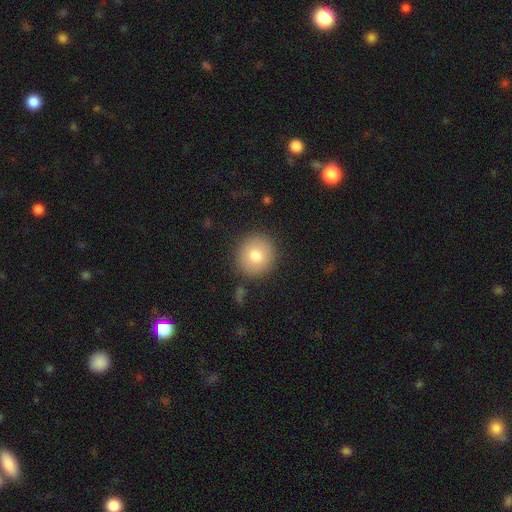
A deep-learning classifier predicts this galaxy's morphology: A smooth galaxy with no disk features (79%) that is round (92%).

Vote fractions:
- Smooth or featured? smooth: 79% / featured or disk: 12% / star or artifact: 9%
- How rounded? round: 92% / in between: 7% / cigar-shaped: 1%
- Merging? none: 88% / minor disturbance: 8% / major disturbance: 3% / merger: 2%